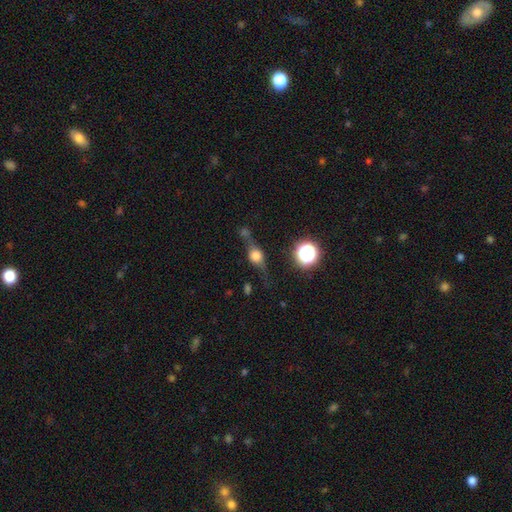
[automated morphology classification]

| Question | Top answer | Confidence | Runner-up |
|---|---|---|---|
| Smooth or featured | featured or disk | 52% | smooth (34%) |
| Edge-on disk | yes | 84% | no (16%) |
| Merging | none | 59% | minor disturbance (20%) |